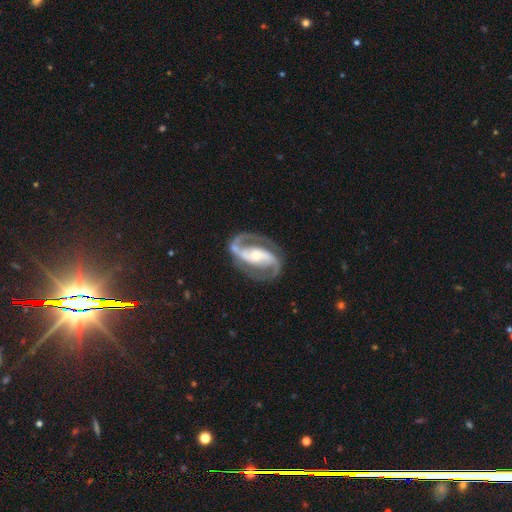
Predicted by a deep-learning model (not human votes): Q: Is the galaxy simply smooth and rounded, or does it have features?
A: featured or disk — 91%.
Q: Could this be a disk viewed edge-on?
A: no — 97%.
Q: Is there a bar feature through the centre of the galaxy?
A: strong — 48%.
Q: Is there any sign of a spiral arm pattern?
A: yes — 96%.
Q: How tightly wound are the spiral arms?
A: medium — 55%.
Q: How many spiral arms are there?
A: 2 — 93%.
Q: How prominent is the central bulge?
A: small — 49%.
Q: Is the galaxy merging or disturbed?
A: none — 79%.